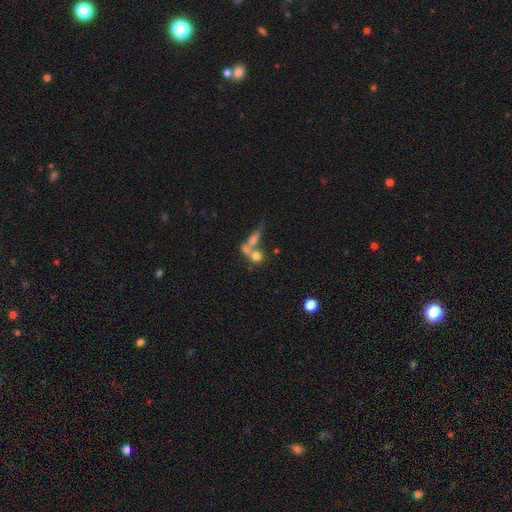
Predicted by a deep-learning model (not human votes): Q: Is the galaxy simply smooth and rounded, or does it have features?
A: smooth — 65%.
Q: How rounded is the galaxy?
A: round — 58%.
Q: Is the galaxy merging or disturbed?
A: merger — 55%.